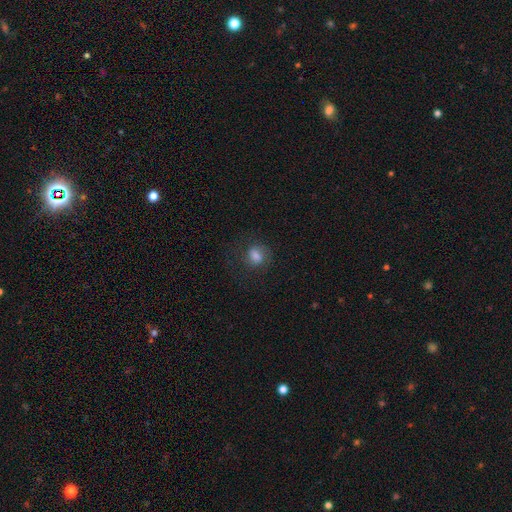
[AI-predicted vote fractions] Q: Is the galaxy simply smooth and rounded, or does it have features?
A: smooth — 70%.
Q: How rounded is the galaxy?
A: round — 52%.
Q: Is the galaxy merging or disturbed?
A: none — 68%.